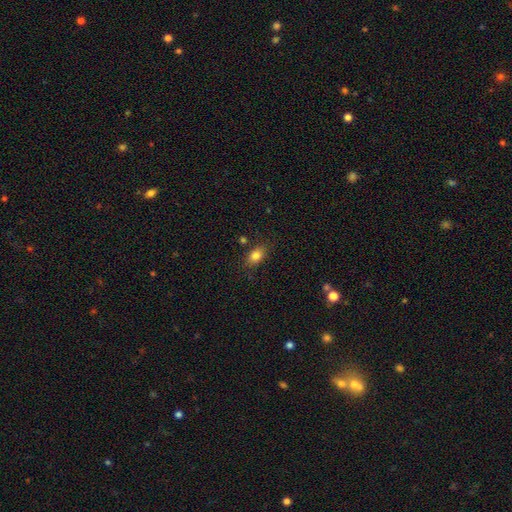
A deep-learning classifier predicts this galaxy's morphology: This is clearly a smooth galaxy (82%). How rounded: likely in between (79%). Merging: likely none (79%).